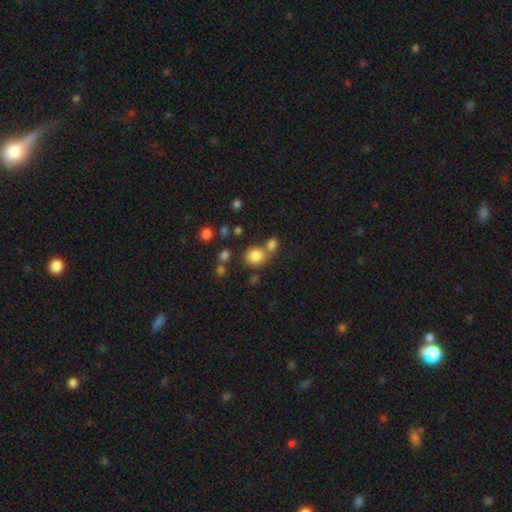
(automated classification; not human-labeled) Smooth or featured?
  - smooth: 82% *
  - star or artifact: 11%
  - featured or disk: 7%
How rounded?
  - round: 73% *
  - in between: 26%
  - cigar-shaped: 1%
Merging?
  - none: 58% *
  - merger: 29%
  - minor disturbance: 10%
  - major disturbance: 4%